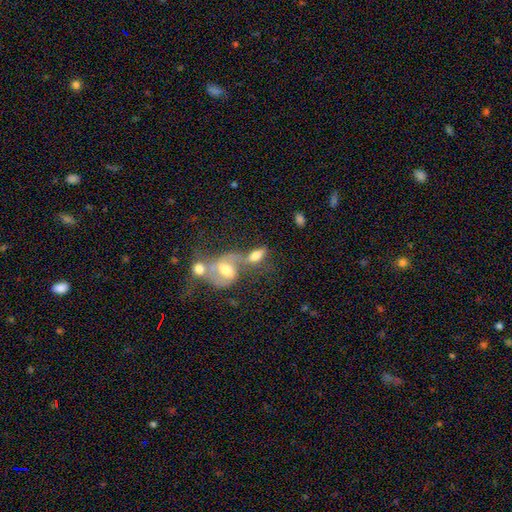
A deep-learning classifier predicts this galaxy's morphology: This is possibly a smooth galaxy (56%). How rounded: likely in between (78%). Merging: possibly merger (53%).